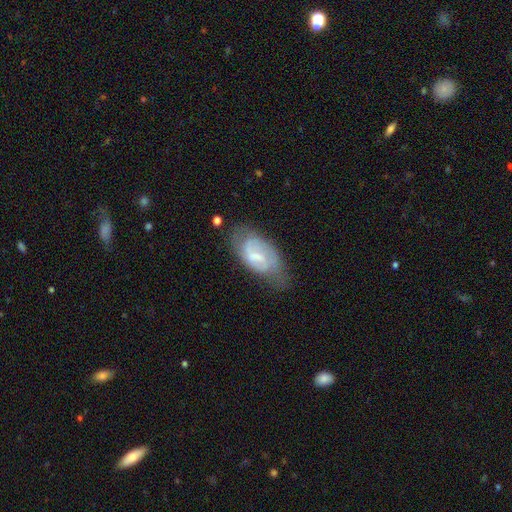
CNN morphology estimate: This appears to be a featured or disk galaxy (63%) with a weak bar (56%), spiral arms (81%) and a small central bulge (41%). Merging: none (56%).